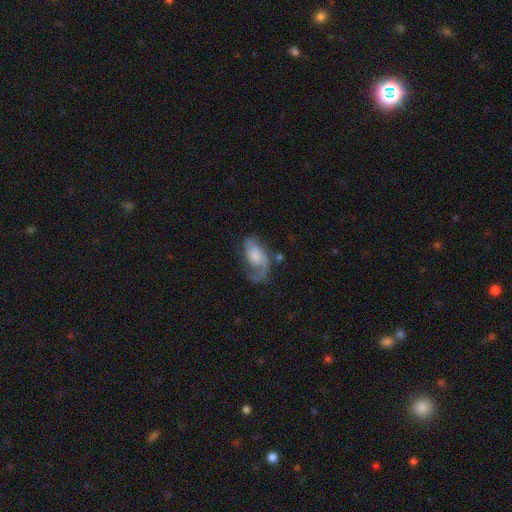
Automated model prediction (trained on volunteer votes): Smooth or featured? Predicted: featured or disk (p=0.79). Edge-on disk? Predicted: no (p=0.97). Bar? Predicted: no (p=0.60). Spiral arms? Predicted: yes (p=0.95). Spiral winding? Predicted: medium (p=0.46). Spiral arm count? Predicted: 2 (p=0.69). Bulge size? Predicted: small (p=0.29). Merging? Predicted: none (p=0.50).